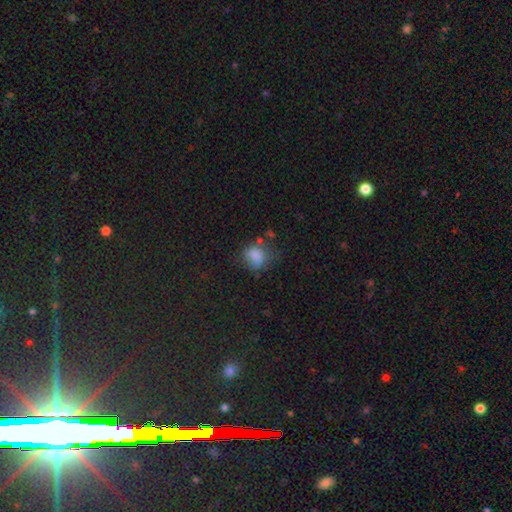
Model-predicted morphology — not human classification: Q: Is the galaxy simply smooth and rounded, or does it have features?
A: smooth — 77%.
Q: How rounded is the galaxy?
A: round — 55%.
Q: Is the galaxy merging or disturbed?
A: none — 48%.